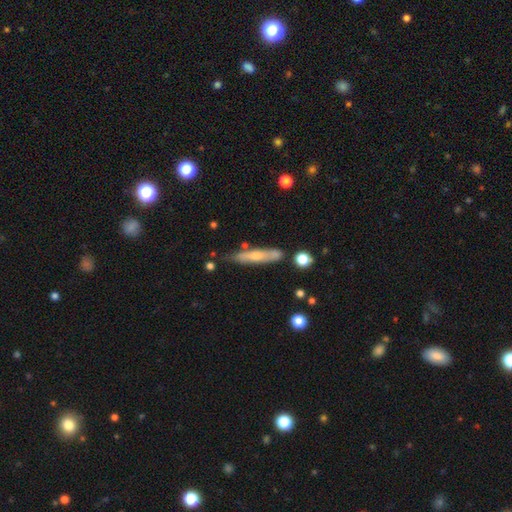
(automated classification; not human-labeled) Smooth or featured?
  - smooth: 57% *
  - featured or disk: 37%
  - star or artifact: 6%
How rounded?
  - cigar-shaped: 84% *
  - in between: 14%
  - round: 2%
Merging?
  - none: 65% *
  - minor disturbance: 22%
  - merger: 8%
  - major disturbance: 5%